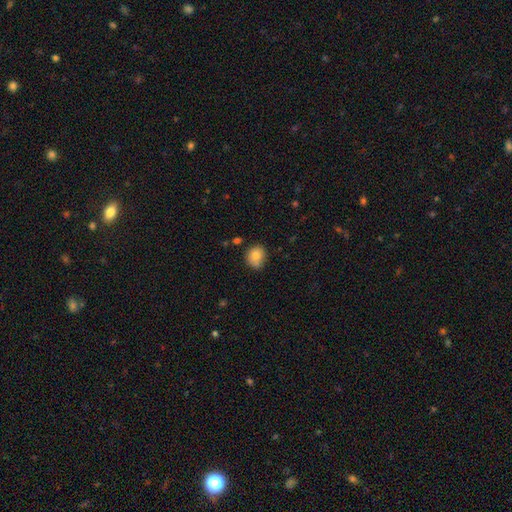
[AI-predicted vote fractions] Smooth or featured?
  - smooth: 81% *
  - star or artifact: 10%
  - featured or disk: 10%
How rounded?
  - round: 70% *
  - in between: 29%
  - cigar-shaped: 1%
Merging?
  - none: 64% *
  - minor disturbance: 27%
  - major disturbance: 5%
  - merger: 4%